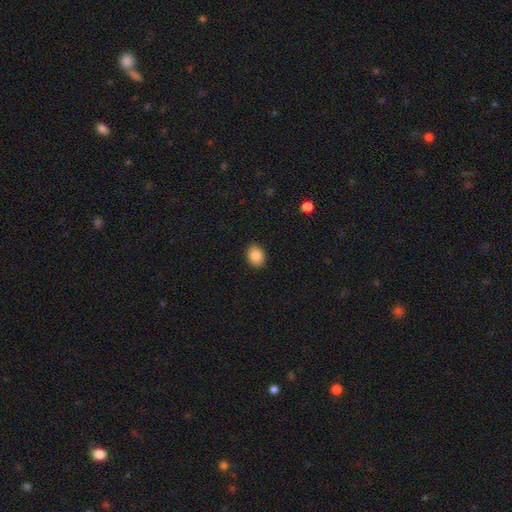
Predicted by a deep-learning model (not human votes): Smooth or featured: smooth — 86% (star or artifact — 9%)
How rounded: round — 51% (in between — 48%)
Merging: none — 90% (minor disturbance — 7%)